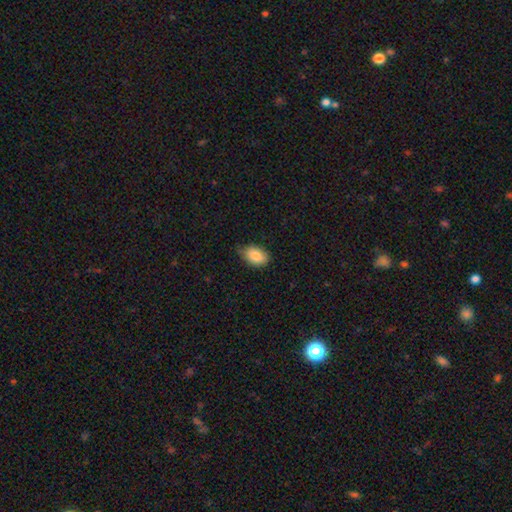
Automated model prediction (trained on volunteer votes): This is clearly a smooth galaxy (86%). How rounded: clearly in between (87%). Merging: likely none (68%).